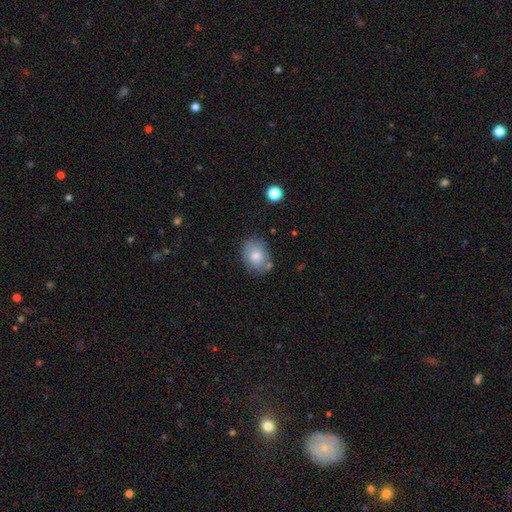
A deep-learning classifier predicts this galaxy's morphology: Q: Smooth or featured?
A: smooth (73%); runner-up: featured or disk (19%)
Q: How rounded?
A: in between (69%); runner-up: round (30%)
Q: Merging?
A: none (68%); runner-up: minor disturbance (20%)